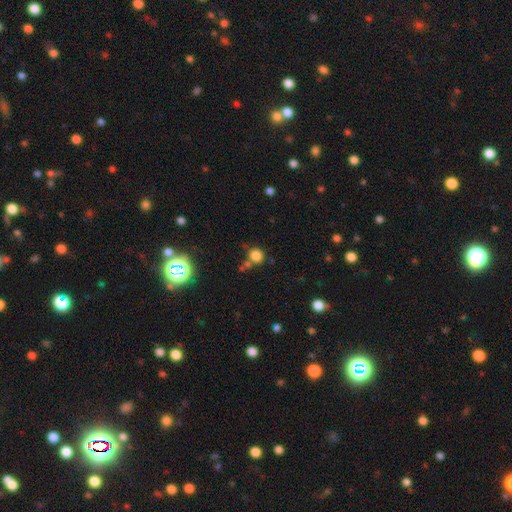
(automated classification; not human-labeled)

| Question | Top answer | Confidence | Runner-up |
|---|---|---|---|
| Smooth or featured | smooth | 78% | star or artifact (16%) |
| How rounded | round | 84% | in between (15%) |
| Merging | none | 67% | merger (15%) |